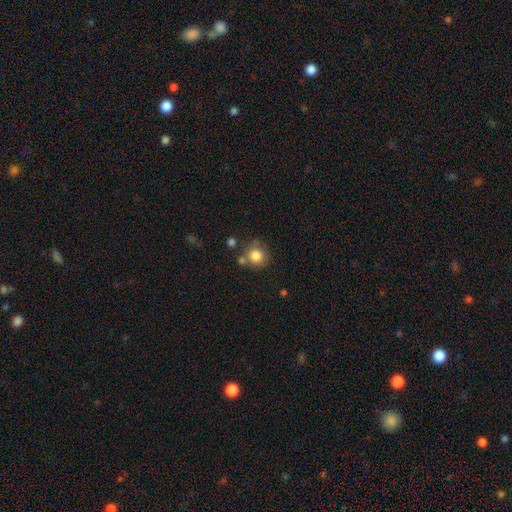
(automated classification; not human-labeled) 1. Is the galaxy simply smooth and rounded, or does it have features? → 82% smooth, 10% star or artifact, 7% featured or disk.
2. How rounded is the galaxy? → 88% round, 11% in between, 1% cigar-shaped.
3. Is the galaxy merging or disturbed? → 67% none, 15% merger, 13% minor disturbance, 5% major disturbance.